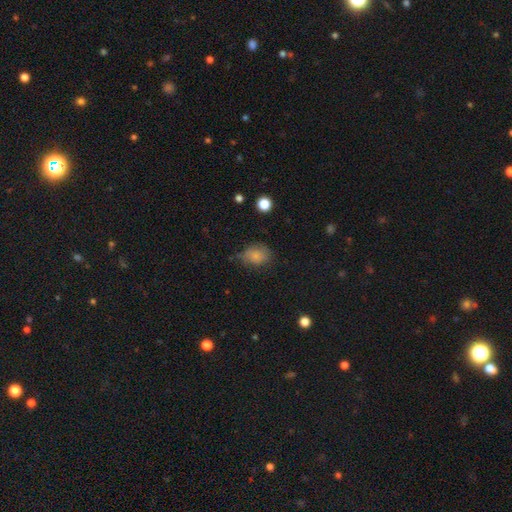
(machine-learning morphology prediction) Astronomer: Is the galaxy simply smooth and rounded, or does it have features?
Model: smooth — 80%.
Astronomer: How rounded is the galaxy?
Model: in between — 55% (runner-up: round, 44%).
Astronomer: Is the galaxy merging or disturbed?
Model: none — 56% (runner-up: minor disturbance, 32%).